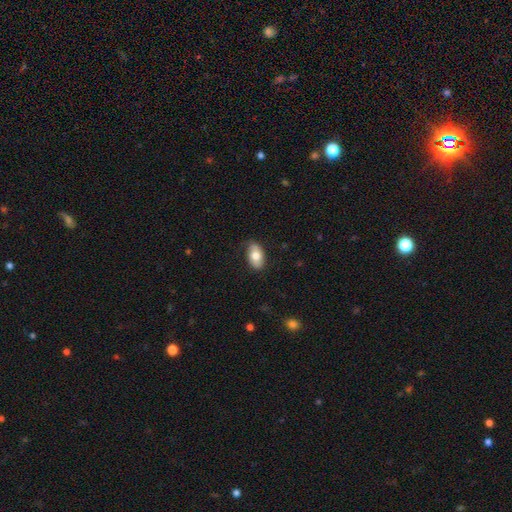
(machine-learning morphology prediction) Q: Smooth or featured?
A: smooth (74%); runner-up: featured or disk (20%)
Q: How rounded?
A: in between (93%); runner-up: round (5%)
Q: Merging?
A: none (78%); runner-up: minor disturbance (18%)